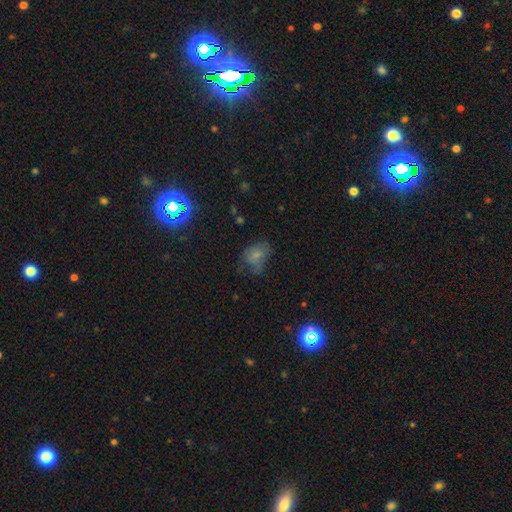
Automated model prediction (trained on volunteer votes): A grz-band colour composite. It shows a smooth galaxy with no disk features (65%) that is in between round and cigar-shaped (69%). Merging: none (42%).